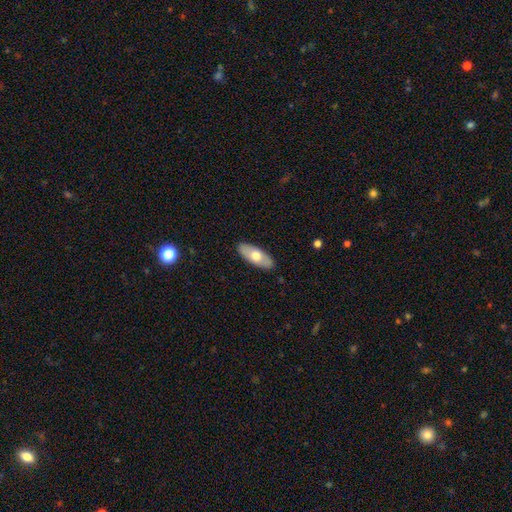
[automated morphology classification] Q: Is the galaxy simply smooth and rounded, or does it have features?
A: smooth — 63%.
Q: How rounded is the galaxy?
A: in between — 83%.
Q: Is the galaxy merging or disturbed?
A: none — 89%.